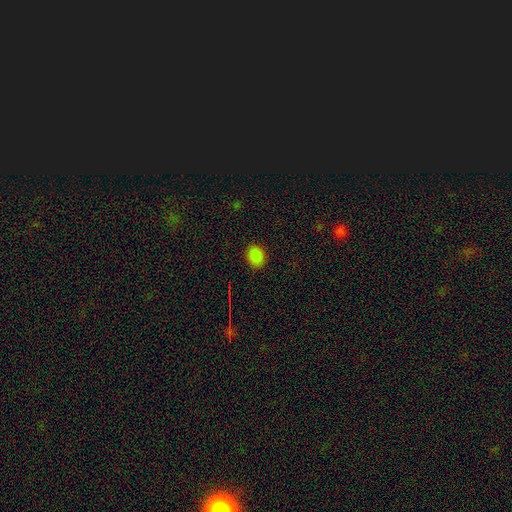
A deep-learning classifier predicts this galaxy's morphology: smooth-or-featured: smooth: 84% | star or artifact: 13% | featured or disk: 3%
  how-rounded: round: 55% | in between: 44% | cigar-shaped: 1%
  merging: none: 88% | minor disturbance: 8% | major disturbance: 2% | merger: 1%